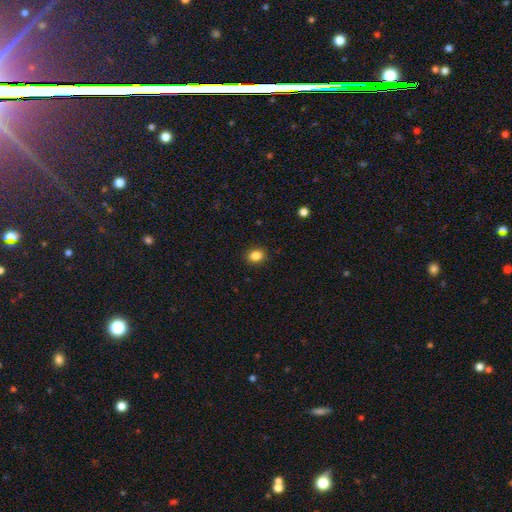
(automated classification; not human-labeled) This is clearly a smooth galaxy (85%). How rounded: possibly in between (53%). Merging: clearly none (90%).